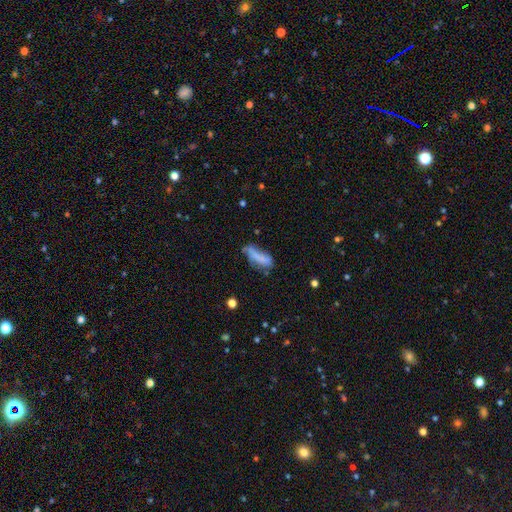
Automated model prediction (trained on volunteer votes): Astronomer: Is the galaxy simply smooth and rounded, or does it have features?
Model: smooth — 68%.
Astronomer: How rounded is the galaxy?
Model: in between — 54% (runner-up: cigar-shaped, 43%).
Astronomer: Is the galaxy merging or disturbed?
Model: none — 42% (runner-up: minor disturbance, 32%).